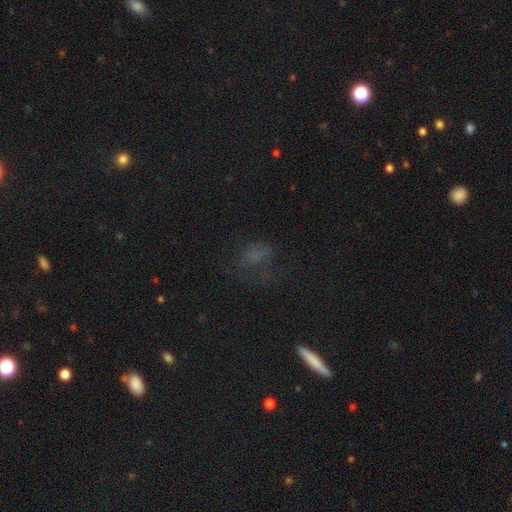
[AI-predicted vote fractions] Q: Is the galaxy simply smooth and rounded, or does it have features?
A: smooth — 48%.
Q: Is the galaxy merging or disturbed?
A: none — 48%.